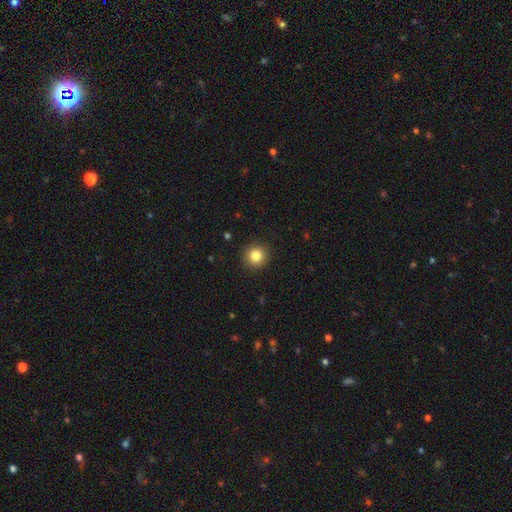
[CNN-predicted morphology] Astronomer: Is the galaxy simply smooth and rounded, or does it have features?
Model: smooth — 84%.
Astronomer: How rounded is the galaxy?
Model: round — 94%.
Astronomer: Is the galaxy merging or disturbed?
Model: none — 91%.